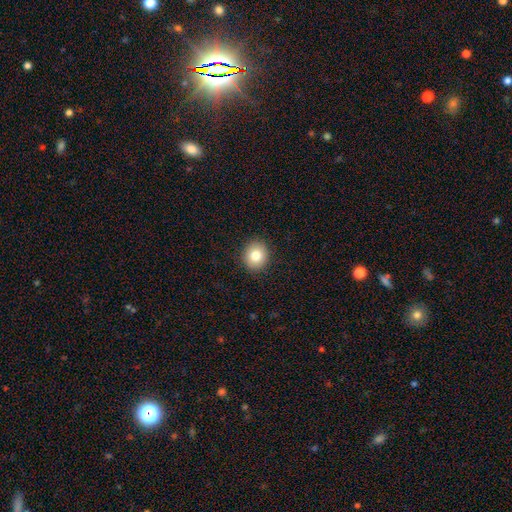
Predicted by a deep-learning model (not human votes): The model was most divided on "how rounded": round: 78%, in between: 21%, cigar-shaped: 1%. More confident: merging — none (91%); smooth or featured — smooth (80%).